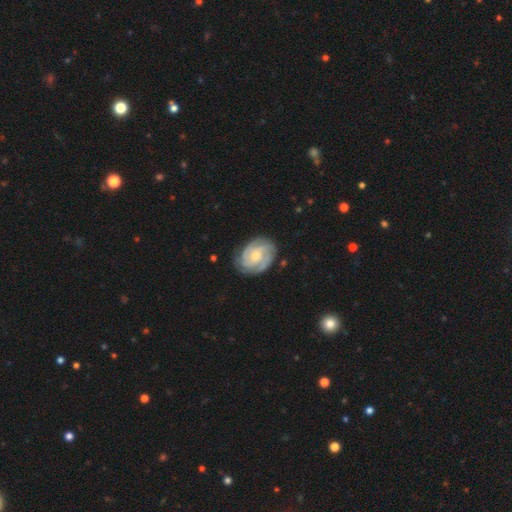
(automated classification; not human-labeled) smooth-or-featured: featured or disk: 83% | smooth: 12% | star or artifact: 5%
  disk-edge-on: no: 98% | yes: 2%
    bar: no: 59% | weak: 35% | strong: 6%
    has-spiral-arms: yes: 97% | no: 3%
      spiral-winding: tight: 65% | medium: 29% | loose: 5%
      spiral-arm-count: 3: 35% | 2: 23% | can't tell: 21% | 4: 11% | 1: 5% | more than 4: 5%
    bulge-size: small: 48% | moderate: 42% | none: 5% | large: 4% | dominant: 1%
  merging: none: 77% | minor disturbance: 17% | major disturbance: 5% | merger: 1%